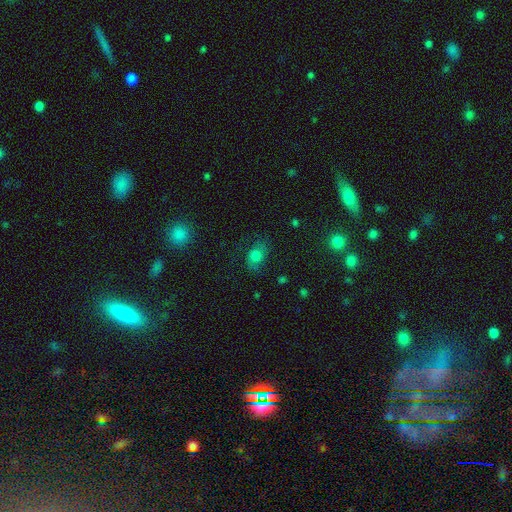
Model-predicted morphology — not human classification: Smooth or featured? Predicted: smooth (p=0.61). How rounded? Predicted: in between (p=0.69). Merging? Predicted: none (p=0.66).